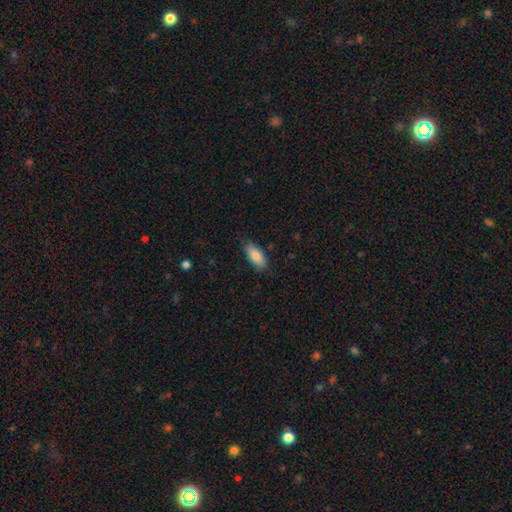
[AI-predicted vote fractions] Smooth or featured? smooth (83%)
How rounded? in between (84%)
Merging? none (79%)